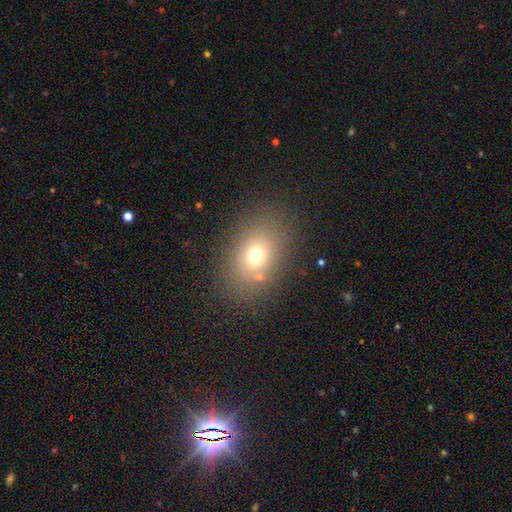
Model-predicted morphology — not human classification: smooth-or-featured: smooth: 69% | star or artifact: 18% | featured or disk: 14%
  how-rounded: in between: 63% | round: 36% | cigar-shaped: 1%
  merging: none: 81% | minor disturbance: 10% | major disturbance: 5% | merger: 4%